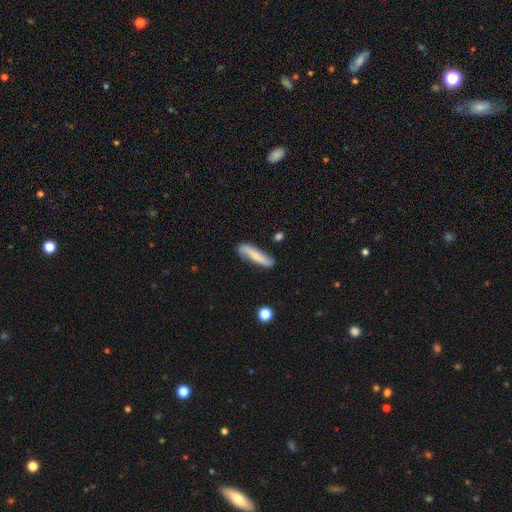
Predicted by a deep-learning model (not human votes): smooth-or-featured: smooth: 54% | featured or disk: 40% | star or artifact: 6%
  how-rounded: cigar-shaped: 80% | in between: 18% | round: 2%
  merging: none: 78% | minor disturbance: 16% | major disturbance: 3% | merger: 3%